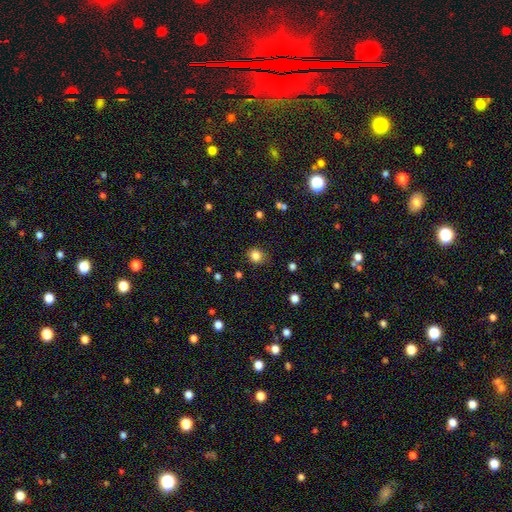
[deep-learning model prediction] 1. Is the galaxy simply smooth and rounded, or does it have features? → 83% smooth, 12% star or artifact, 5% featured or disk.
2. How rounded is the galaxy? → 70% round, 29% in between, 1% cigar-shaped.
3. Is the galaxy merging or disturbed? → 80% none, 15% minor disturbance, 4% major disturbance, 2% merger.